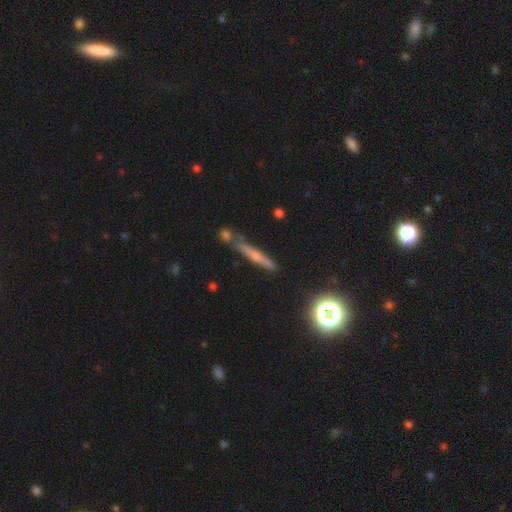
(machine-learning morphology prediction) A featured or disk galaxy (45%).

Vote fractions:
- Smooth or featured? featured or disk: 45% / smooth: 40% / star or artifact: 15%
- Merging? none: 74% / minor disturbance: 13% / merger: 10% / major disturbance: 3%